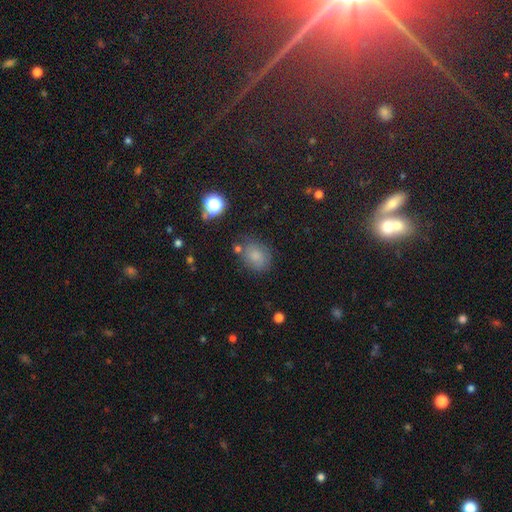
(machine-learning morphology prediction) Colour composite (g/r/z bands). It shows a smooth galaxy with no disk features (77%) that is in between round and cigar-shaped (53%). Merging: none (71%).